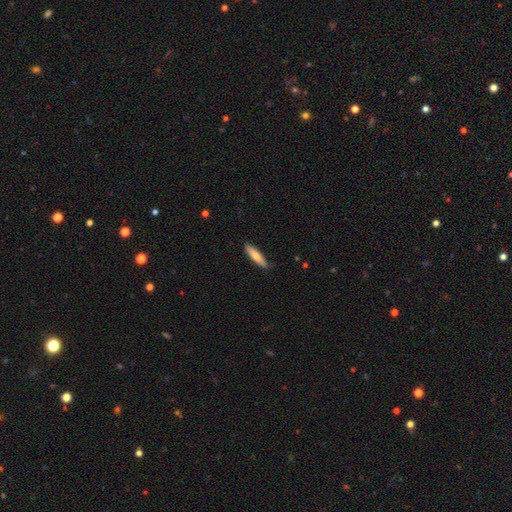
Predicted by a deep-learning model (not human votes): Smooth or featured? Predicted: smooth (p=0.72). How rounded? Predicted: cigar-shaped (p=0.79). Merging? Predicted: none (p=0.84).